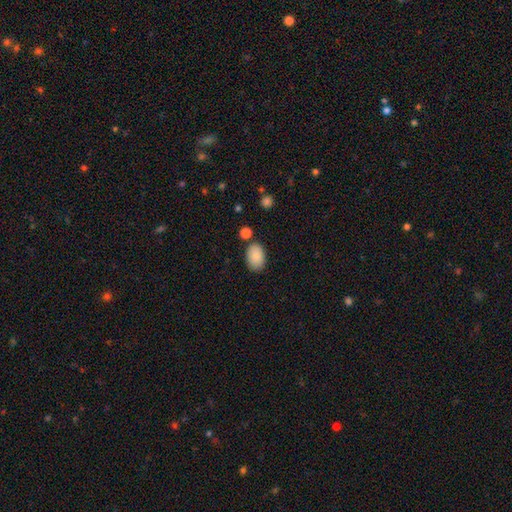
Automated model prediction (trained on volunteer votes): Overall: smooth (88%). How rounded: in between (89%). Merging: none (80%).